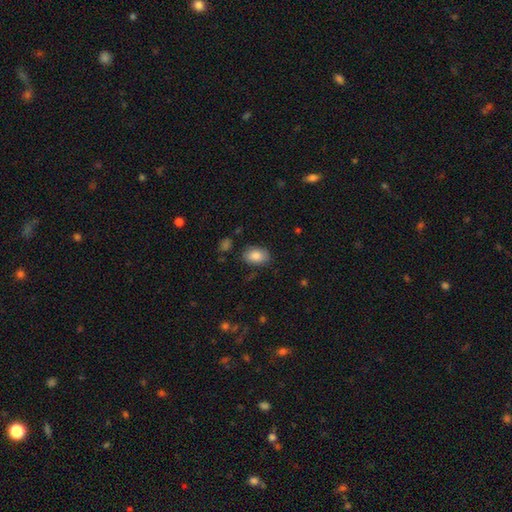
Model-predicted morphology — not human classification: A smooth galaxy with no disk features (85%) that is in between round and cigar-shaped (88%).

Vote fractions:
- Smooth or featured? smooth: 85% / featured or disk: 8% / star or artifact: 7%
- How rounded? in between: 88% / round: 11% / cigar-shaped: 1%
- Merging? none: 80% / minor disturbance: 15% / major disturbance: 4% / merger: 2%